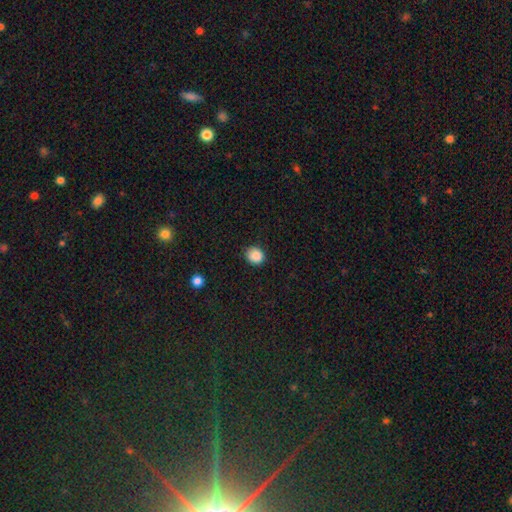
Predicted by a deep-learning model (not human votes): This is clearly a smooth galaxy (88%). How rounded: likely round (74%). Merging: clearly none (86%).